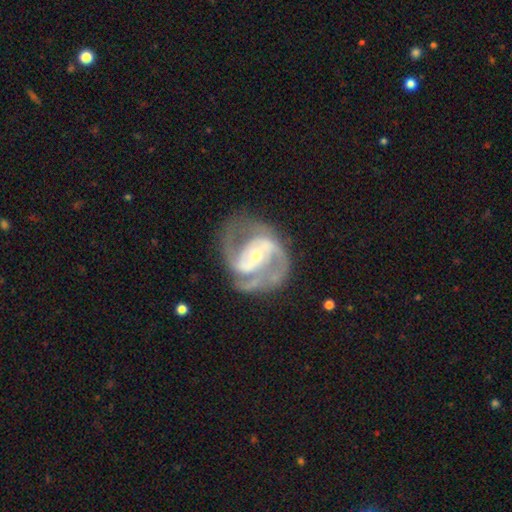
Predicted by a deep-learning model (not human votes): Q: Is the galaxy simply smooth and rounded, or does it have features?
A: featured or disk — 90%.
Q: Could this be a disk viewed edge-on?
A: no — 98%.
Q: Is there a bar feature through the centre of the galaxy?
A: strong — 39%, tied with weak.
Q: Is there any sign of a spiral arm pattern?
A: yes — 96%.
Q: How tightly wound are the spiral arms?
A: medium — 56%.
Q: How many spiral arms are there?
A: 2 — 75%.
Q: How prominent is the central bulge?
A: small — 55%.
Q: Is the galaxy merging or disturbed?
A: none — 63%.